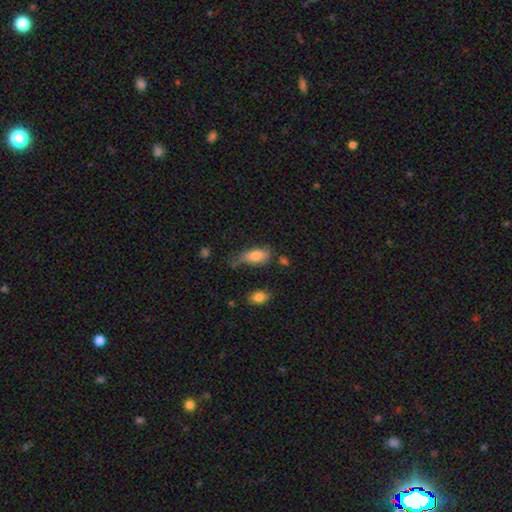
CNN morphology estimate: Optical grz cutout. It shows a smooth galaxy with no disk features (78%) that is in between round and cigar-shaped (85%). Merging: none (51%).